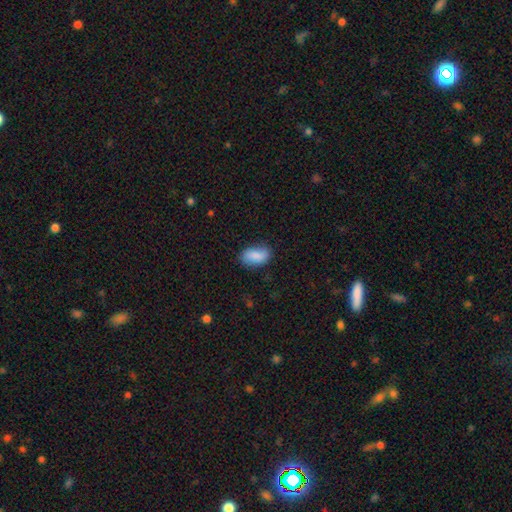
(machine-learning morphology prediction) Smooth or featured?
  - smooth: 85% *
  - featured or disk: 8%
  - star or artifact: 7%
How rounded?
  - in between: 92% *
  - round: 5%
  - cigar-shaped: 3%
Merging?
  - none: 72% *
  - minor disturbance: 21%
  - major disturbance: 5%
  - merger: 2%